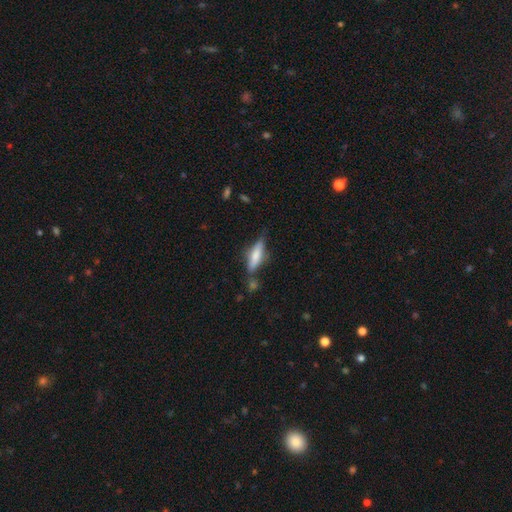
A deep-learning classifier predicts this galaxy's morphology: smooth-or-featured: smooth: 61% | featured or disk: 32% | star or artifact: 7%
  how-rounded: cigar-shaped: 55% | in between: 42% | round: 2%
  merging: none: 59% | minor disturbance: 23% | merger: 10% | major disturbance: 8%